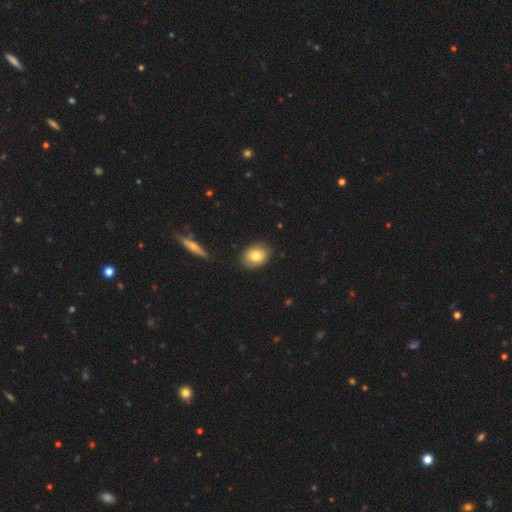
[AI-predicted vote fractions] Smooth or featured? Predicted: smooth (p=0.76). How rounded? Predicted: in between (p=0.57). Merging? Predicted: none (p=0.85).